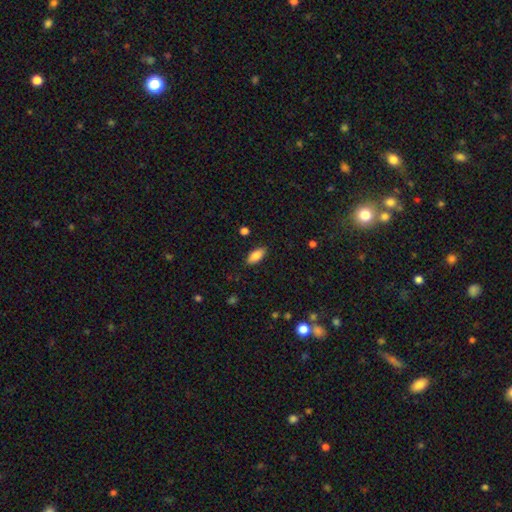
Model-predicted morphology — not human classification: This appears to be a smooth galaxy with no disk features (84%) that is in between round and cigar-shaped (87%). Merging: none (87%).